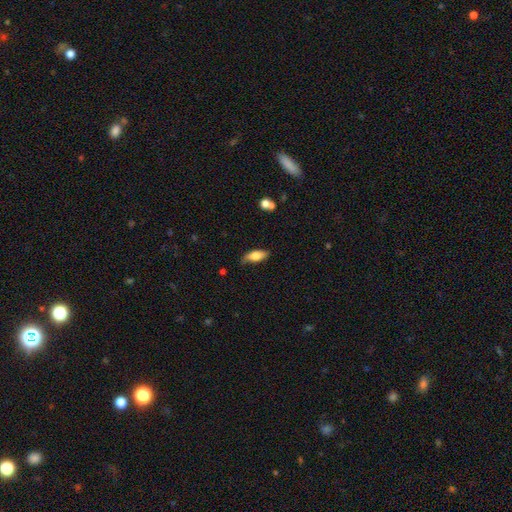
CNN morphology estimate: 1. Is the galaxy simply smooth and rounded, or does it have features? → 74% smooth, 19% featured or disk, 7% star or artifact.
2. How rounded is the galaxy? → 77% in between, 20% cigar-shaped, 3% round.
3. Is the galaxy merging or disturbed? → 69% none, 25% minor disturbance, 5% major disturbance, 2% merger.